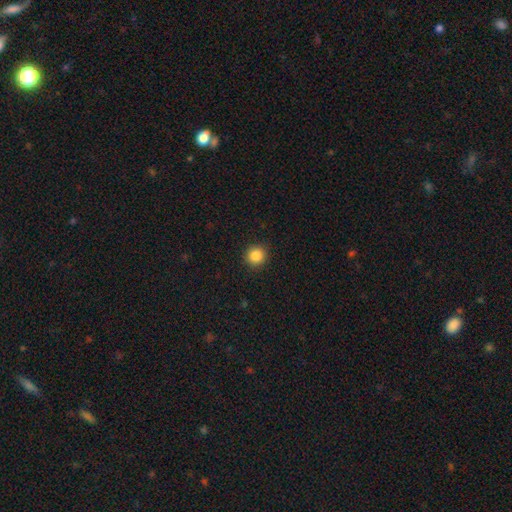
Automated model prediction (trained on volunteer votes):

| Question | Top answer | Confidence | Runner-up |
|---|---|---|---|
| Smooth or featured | smooth | 86% | star or artifact (10%) |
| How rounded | round | 93% | in between (6%) |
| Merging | none | 92% | minor disturbance (5%) |